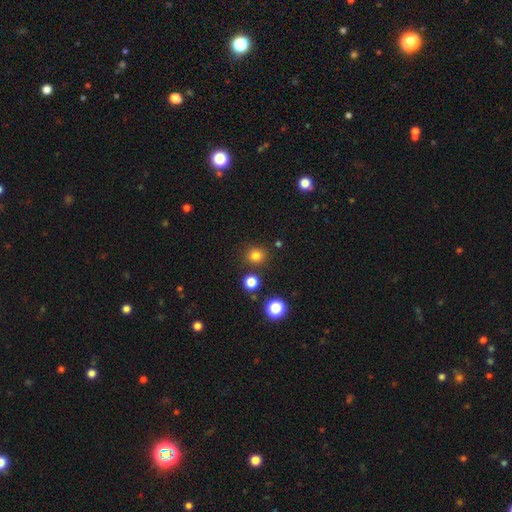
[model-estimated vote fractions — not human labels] Smooth or featured?
  - smooth: 80% *
  - star or artifact: 16%
  - featured or disk: 5%
How rounded?
  - round: 89% *
  - in between: 10%
  - cigar-shaped: 1%
Merging?
  - none: 86% *
  - minor disturbance: 7%
  - merger: 5%
  - major disturbance: 3%